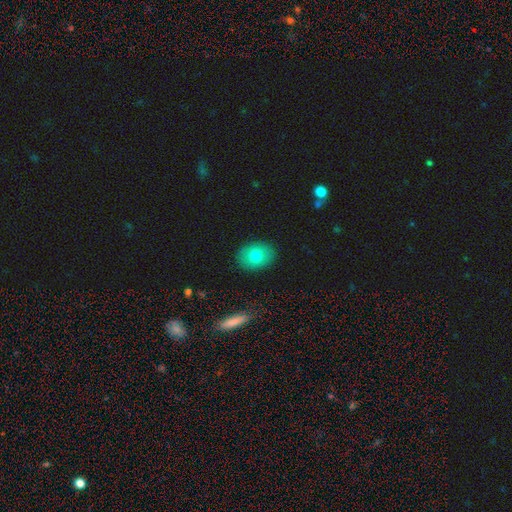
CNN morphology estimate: A smooth galaxy with no disk features (74%) that is in between round and cigar-shaped (58%).

Vote fractions:
- Smooth or featured? smooth: 74% / featured or disk: 17% / star or artifact: 9%
- How rounded? in between: 58% / round: 41% / cigar-shaped: 1%
- Merging? none: 88% / minor disturbance: 8% / major disturbance: 2% / merger: 1%